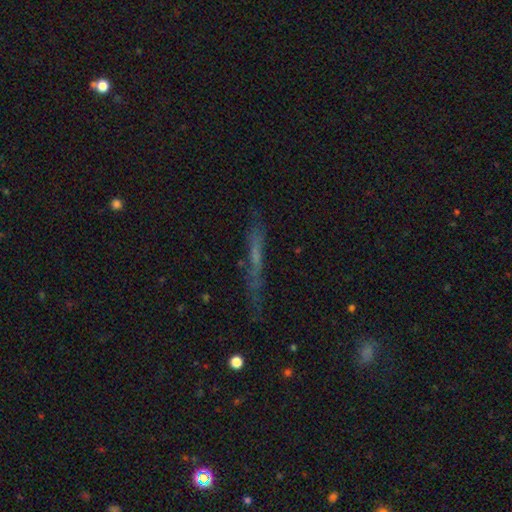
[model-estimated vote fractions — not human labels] This is marginally a featured or disk galaxy (42%). Merging: likely none (74%).